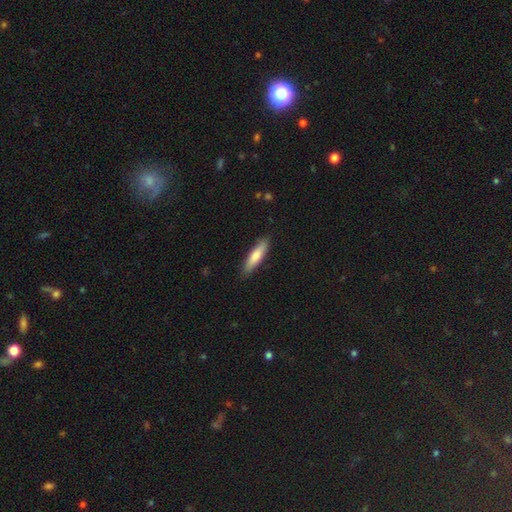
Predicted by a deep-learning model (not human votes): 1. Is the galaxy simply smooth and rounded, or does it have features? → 74% smooth, 21% featured or disk, 5% star or artifact.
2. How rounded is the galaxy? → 71% cigar-shaped, 28% in between, 1% round.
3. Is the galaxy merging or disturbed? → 86% none, 11% minor disturbance, 2% major disturbance, 1% merger.